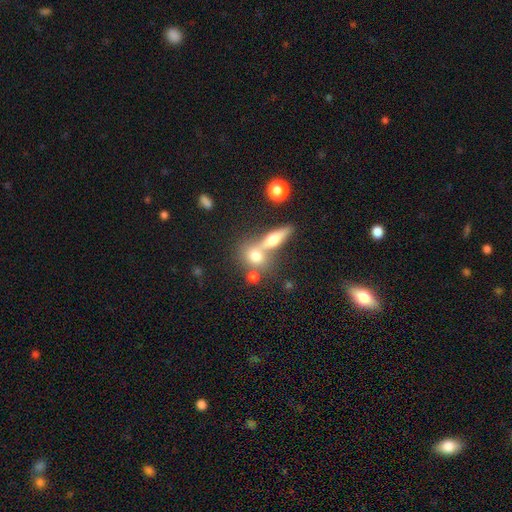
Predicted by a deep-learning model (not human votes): smooth 67%, featured or disk 22%, star or artifact 11%. Down the decision tree: how rounded — round (51%); merging — merger (46%).